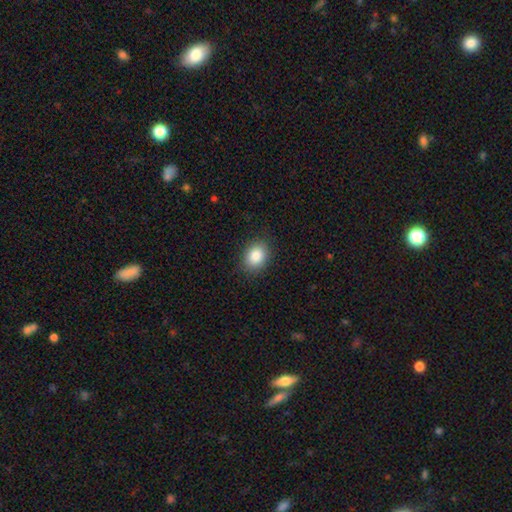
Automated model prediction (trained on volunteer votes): Smooth or featured? Predicted: smooth (p=0.86). How rounded? Predicted: in between (p=0.60). Merging? Predicted: none (p=0.87).